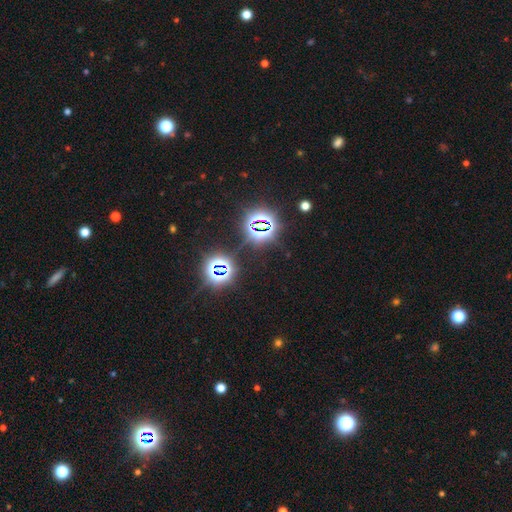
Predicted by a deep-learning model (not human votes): star or artifact 81%, smooth 12%, featured or disk 7%.